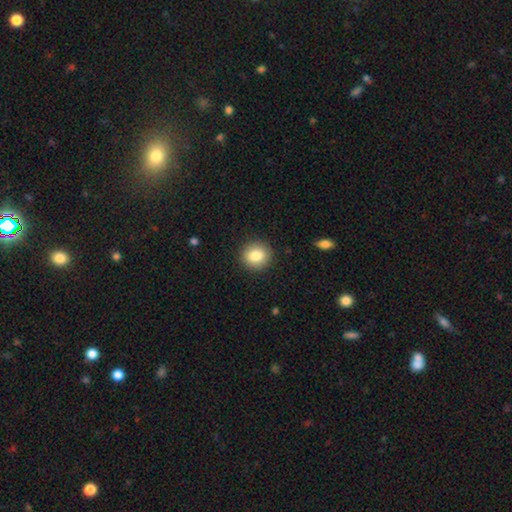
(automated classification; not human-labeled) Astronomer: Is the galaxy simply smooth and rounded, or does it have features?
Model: smooth — 84%.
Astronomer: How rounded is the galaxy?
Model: round — 87%.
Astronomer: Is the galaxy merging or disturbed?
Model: none — 91%.